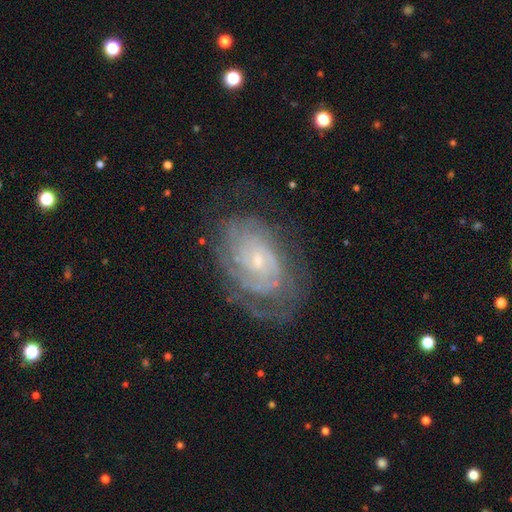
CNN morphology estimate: Overall: featured or disk (79%). Edge-on disk: no (96%). Bar: no (74%). Spiral arms: yes (92%). Spiral arm count: can't tell (47%; 2 20%). Spiral winding: tight (75%). Bulge size: small (78%). Merging: none (70%).